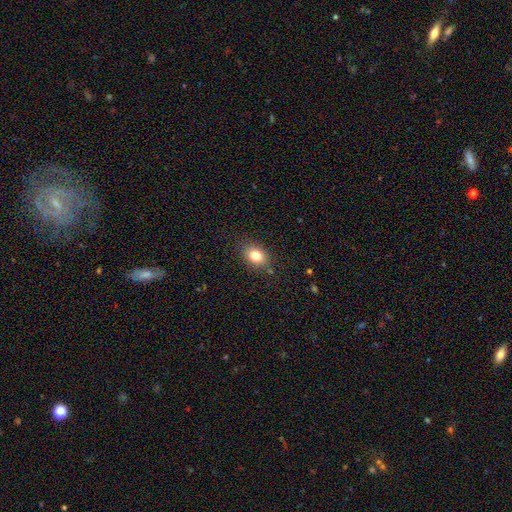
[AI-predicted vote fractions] This appears to be a smooth galaxy with no disk features (81%) that is in between round and cigar-shaped (71%). Merging: none (84%).